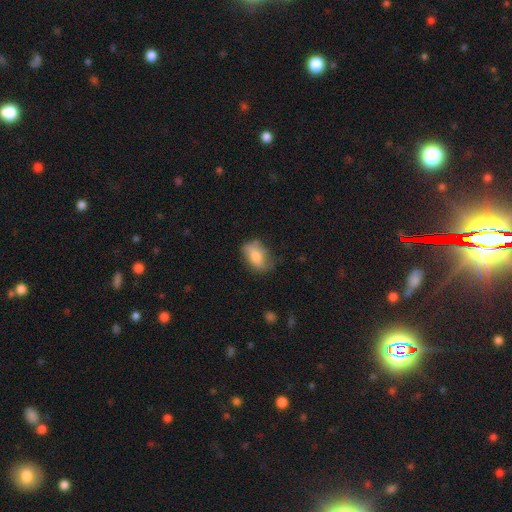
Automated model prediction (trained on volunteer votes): This is likely a smooth galaxy (66%). How rounded: clearly in between (85%). Merging: likely none (60%).